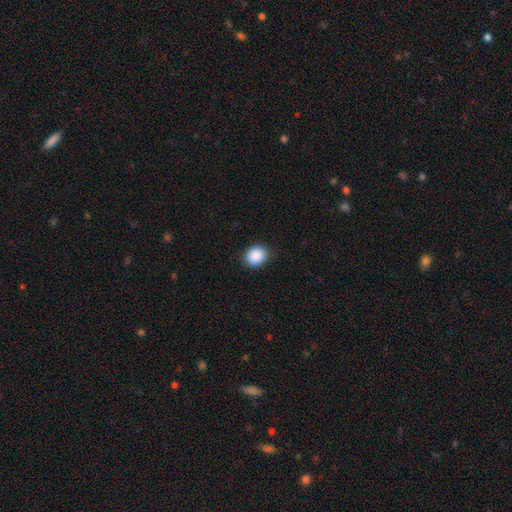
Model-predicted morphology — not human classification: Smooth or featured?
  - smooth: 89% *
  - star or artifact: 8%
  - featured or disk: 3%
How rounded?
  - round: 60% *
  - in between: 39%
  - cigar-shaped: 1%
Merging?
  - none: 87% *
  - minor disturbance: 10%
  - major disturbance: 2%
  - merger: 1%